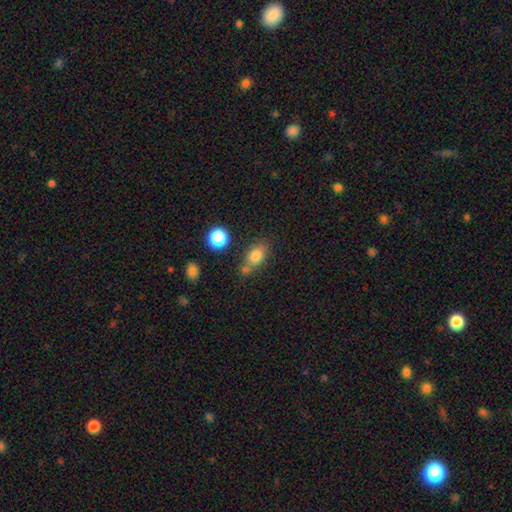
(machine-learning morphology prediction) Smooth or featured? Predicted: smooth (p=0.79). How rounded? Predicted: in between (p=0.74). Merging? Predicted: none (p=0.53).